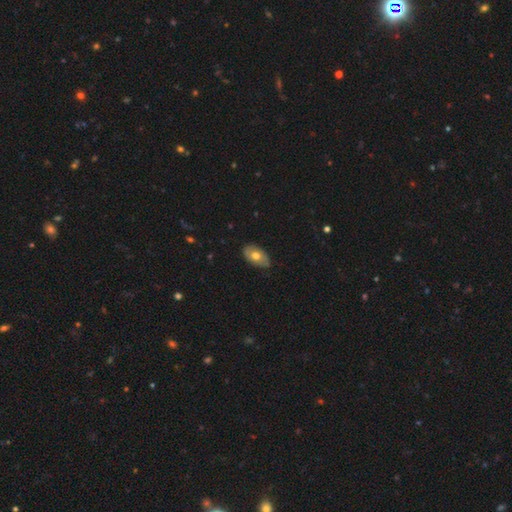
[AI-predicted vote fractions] This is possibly a smooth galaxy (60%). How rounded: clearly in between (92%). Merging: likely none (79%).